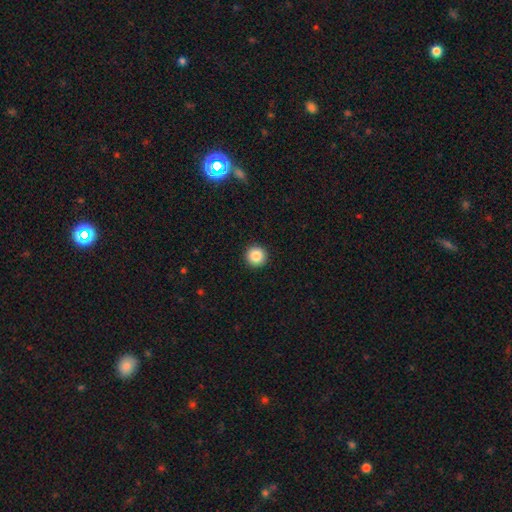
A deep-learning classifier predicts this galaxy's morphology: Smooth or featured?
  - smooth: 86% *
  - star or artifact: 10%
  - featured or disk: 4%
How rounded?
  - round: 96% *
  - in between: 3%
  - cigar-shaped: 1%
Merging?
  - none: 94% *
  - minor disturbance: 4%
  - major disturbance: 1%
  - merger: 1%